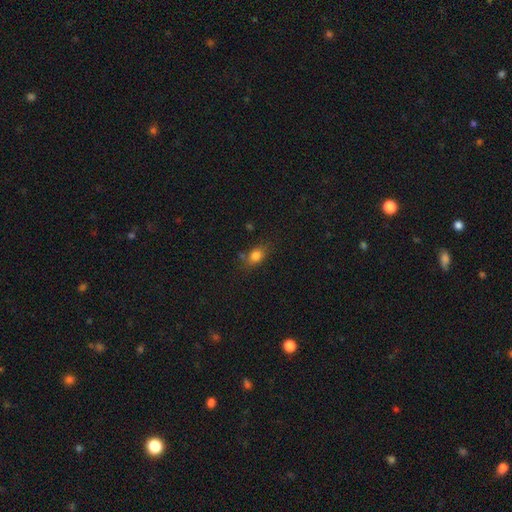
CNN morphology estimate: Overall: smooth (80%). How rounded: in between (67%; round 30%). Merging: none (69%).